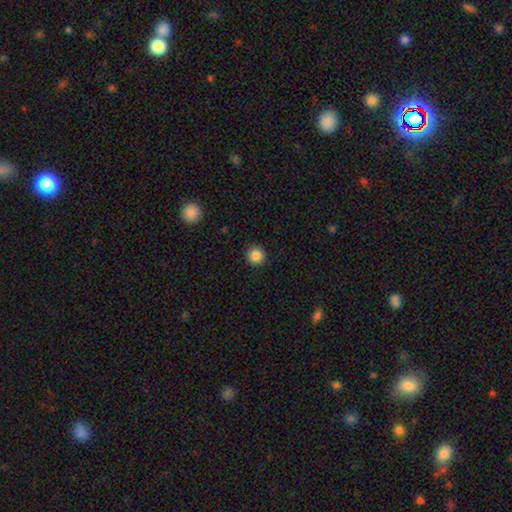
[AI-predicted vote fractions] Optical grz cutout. It shows a smooth galaxy with no disk features (87%) that is round (95%). Merging: none (91%).